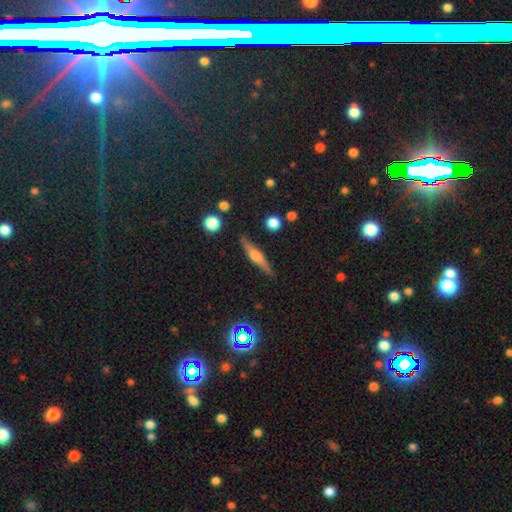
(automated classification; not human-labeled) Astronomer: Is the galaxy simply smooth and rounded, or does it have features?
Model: featured or disk — 63%.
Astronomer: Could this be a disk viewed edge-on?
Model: yes — 96%.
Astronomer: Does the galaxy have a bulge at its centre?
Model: rounded — 86%.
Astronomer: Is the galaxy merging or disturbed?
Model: none — 86%.